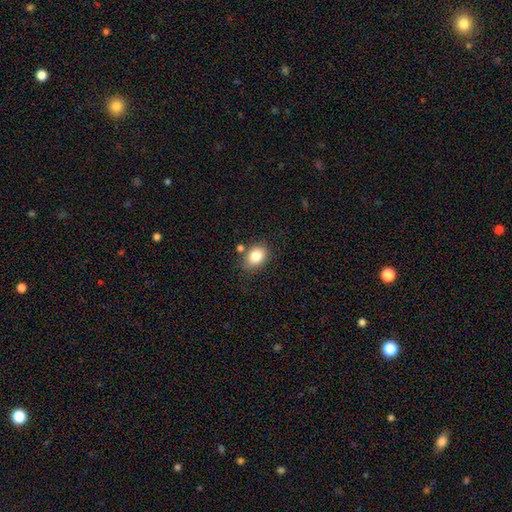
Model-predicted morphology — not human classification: A smooth galaxy with no disk features (83%) that is in between round and cigar-shaped (63%).

Vote fractions:
- Smooth or featured? smooth: 83% / star or artifact: 9% / featured or disk: 7%
- How rounded? in between: 63% / round: 36% / cigar-shaped: 1%
- Merging? none: 75% / minor disturbance: 14% / merger: 7% / major disturbance: 4%